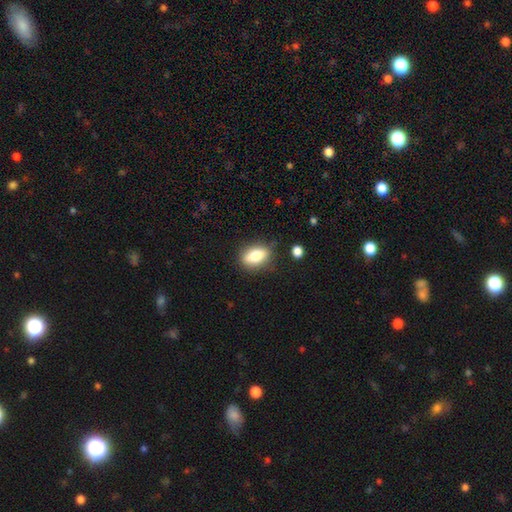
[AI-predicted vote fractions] smooth_or_featured: smooth (p=0.70) [alt: featured or disk p=0.22]
how_rounded: in between (p=0.79) [alt: round p=0.11]
merging: none (p=0.82) [alt: minor disturbance p=0.12]